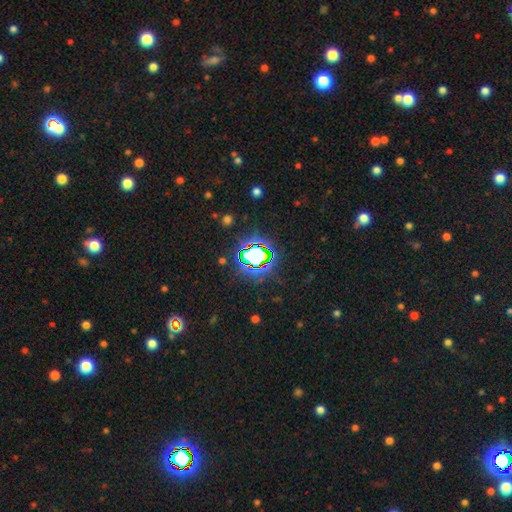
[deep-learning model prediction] Smooth or featured? Predicted: star or artifact (p=0.71).